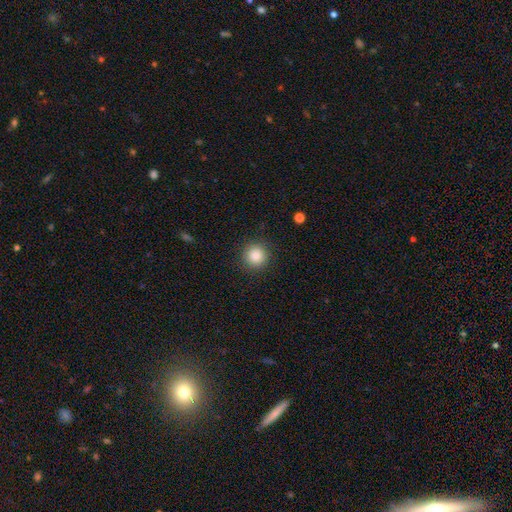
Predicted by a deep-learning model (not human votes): Smooth or featured: smooth — 86% (star or artifact — 9%)
How rounded: round — 94% (in between — 5%)
Merging: none — 90% (minor disturbance — 6%)